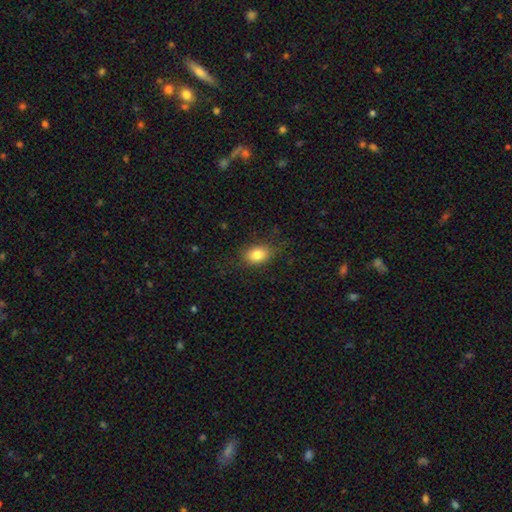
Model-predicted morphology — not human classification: Overall: smooth (82%). How rounded: in between (73%). Merging: none (79%).